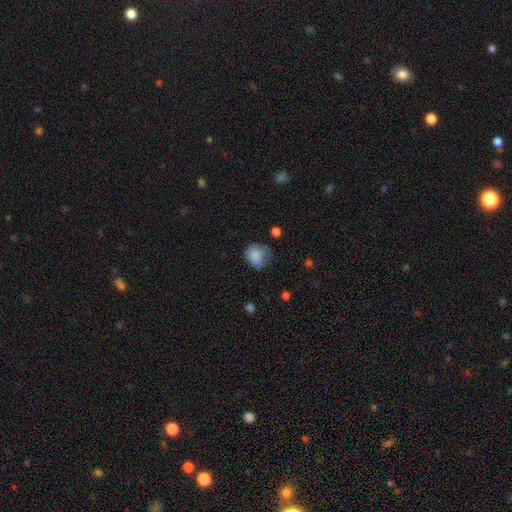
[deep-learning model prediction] Morphology: type=smooth (80%); roundness=round (66%); merging=none (45%).